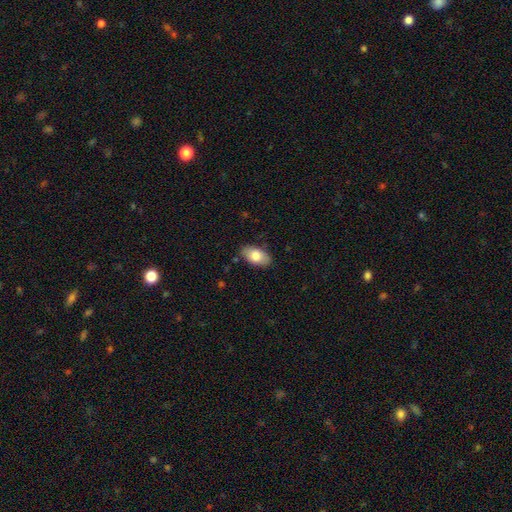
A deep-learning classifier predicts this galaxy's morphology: A smooth galaxy with no disk features (80%) that is in between round and cigar-shaped (94%).

Vote fractions:
- Smooth or featured? smooth: 80% / featured or disk: 14% / star or artifact: 6%
- How rounded? in between: 94% / round: 4% / cigar-shaped: 2%
- Merging? none: 85% / minor disturbance: 12% / major disturbance: 2% / merger: 1%